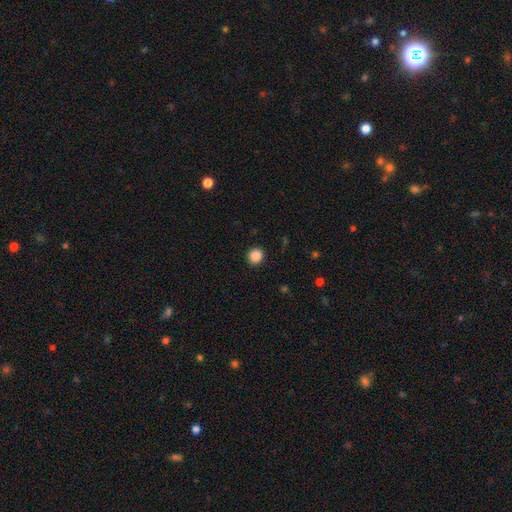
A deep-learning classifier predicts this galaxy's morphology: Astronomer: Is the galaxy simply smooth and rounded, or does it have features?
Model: smooth — 88%.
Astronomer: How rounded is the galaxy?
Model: round — 89%.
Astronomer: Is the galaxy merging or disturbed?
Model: none — 92%.